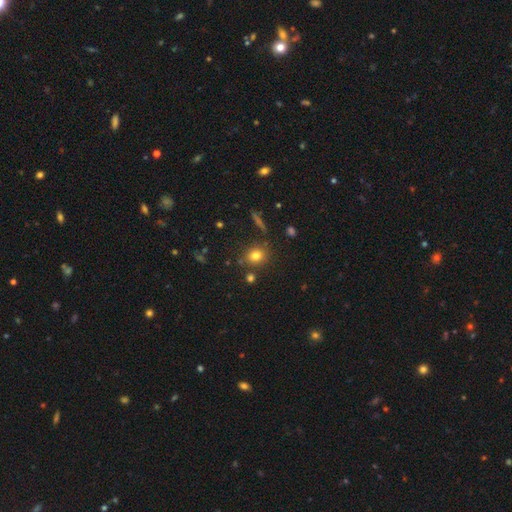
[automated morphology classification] Q: Smooth or featured?
A: smooth (77%); runner-up: star or artifact (14%)
Q: How rounded?
A: round (72%); runner-up: in between (26%)
Q: Merging?
A: none (80%); runner-up: minor disturbance (10%)